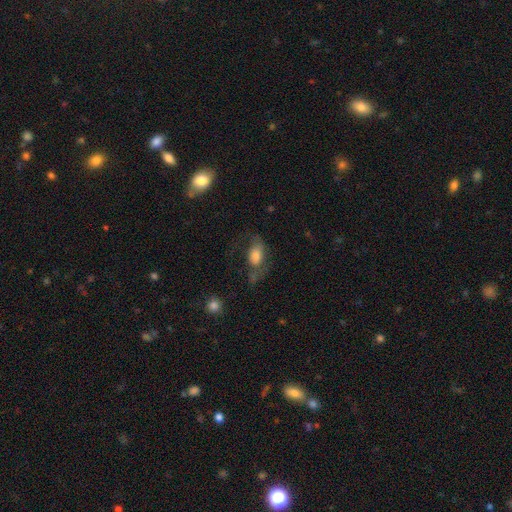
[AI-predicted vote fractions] The model was most divided on "merging" (2-way tie): major disturbance: 36%, none: 36%, minor disturbance: 23%, merger: 5%. More confident: how rounded — in between (87%); smooth or featured — smooth (64%).